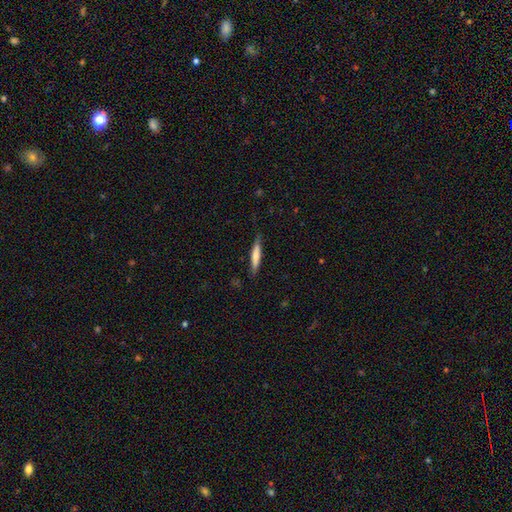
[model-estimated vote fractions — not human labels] A smooth galaxy with no disk features (66%) that is cigar-shaped (91%).

Vote fractions:
- Smooth or featured? smooth: 66% / featured or disk: 29% / star or artifact: 5%
- How rounded? cigar-shaped: 91% / in between: 8% / round: 1%
- Merging? none: 83% / minor disturbance: 14% / major disturbance: 2% / merger: 1%